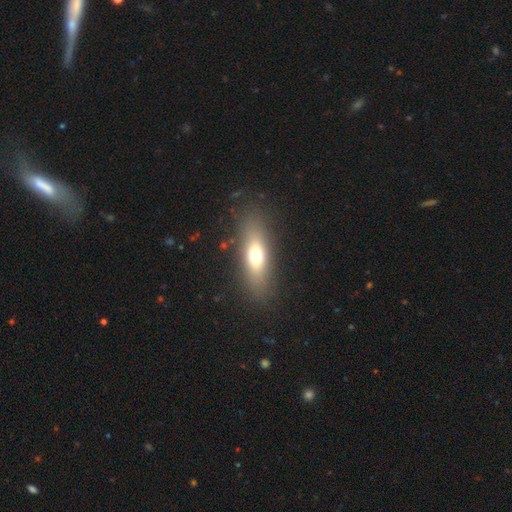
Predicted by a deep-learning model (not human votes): This appears to be a smooth galaxy with no disk features (65%) that is in between round and cigar-shaped (60%). Merging: none (84%).